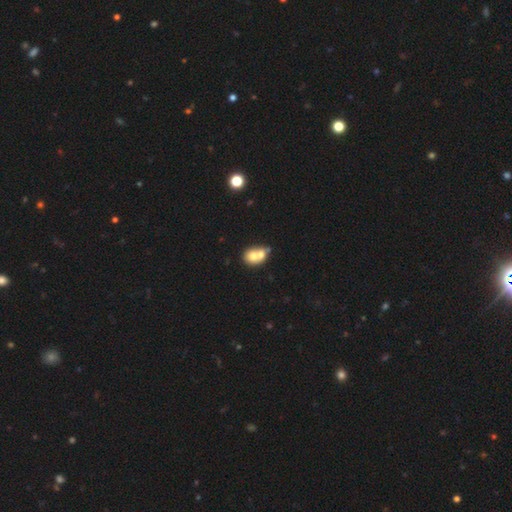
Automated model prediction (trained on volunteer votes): Smooth or featured? Predicted: smooth (p=0.67). How rounded? Predicted: round (p=0.56). Merging? Predicted: merger (p=0.67).